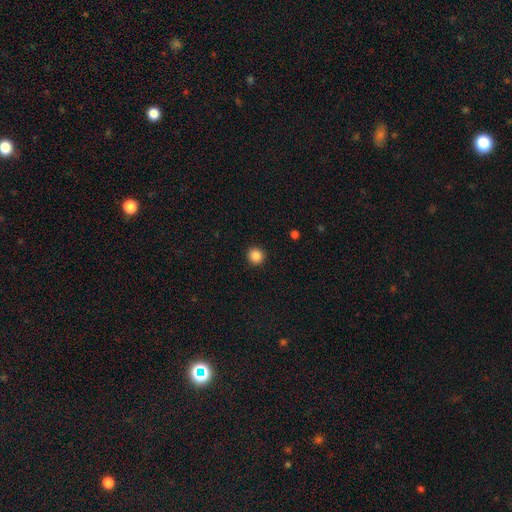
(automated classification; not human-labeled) smooth-or-featured: smooth: 87% | star or artifact: 10% | featured or disk: 3%
  how-rounded: round: 92% | in between: 7% | cigar-shaped: 1%
  merging: none: 93% | minor disturbance: 5% | major disturbance: 2% | merger: 1%